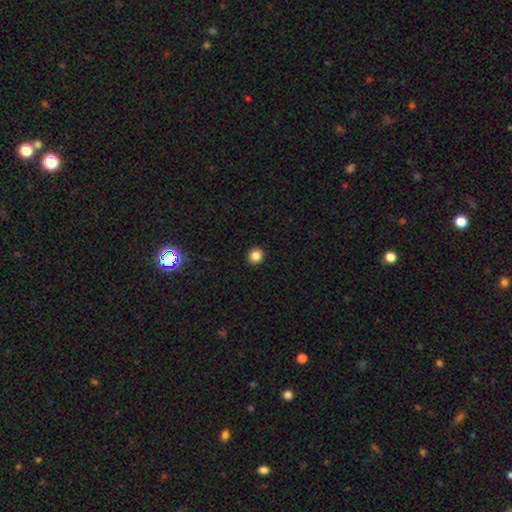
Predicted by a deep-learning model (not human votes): Smooth or featured? smooth (85%)
How rounded? round (94%)
Merging? none (94%)